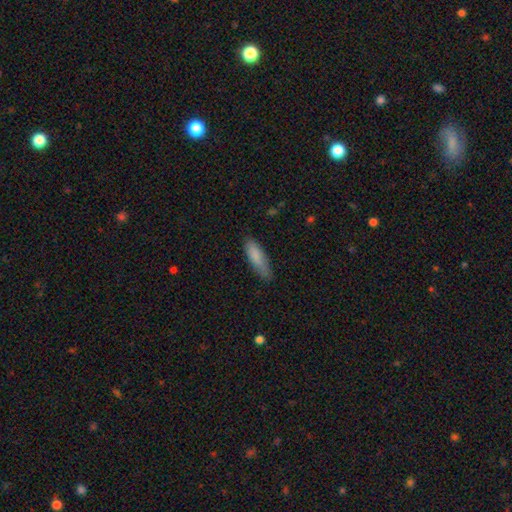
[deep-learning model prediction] Overall: smooth (84%). How rounded: cigar-shaped (50%; in between 49%). Merging: none (71%).